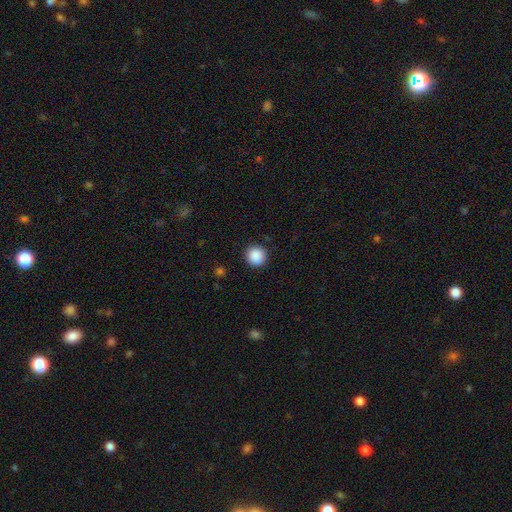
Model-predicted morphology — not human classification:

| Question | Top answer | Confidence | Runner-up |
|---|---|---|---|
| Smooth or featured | smooth | 89% | star or artifact (9%) |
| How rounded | round | 94% | in between (5%) |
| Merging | none | 92% | minor disturbance (5%) |